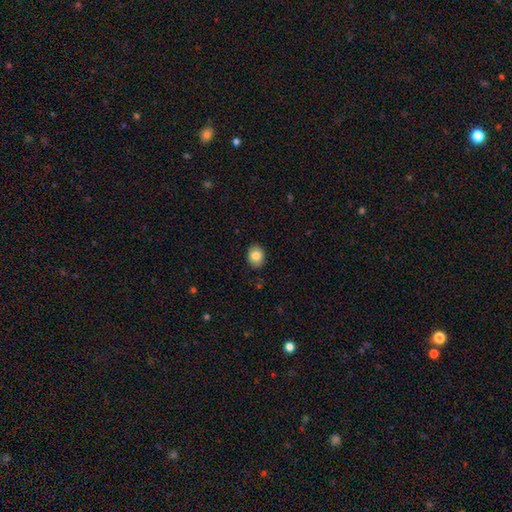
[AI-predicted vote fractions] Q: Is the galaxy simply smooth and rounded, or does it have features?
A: smooth — 85%.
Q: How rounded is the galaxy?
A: in between — 54%.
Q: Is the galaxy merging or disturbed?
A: none — 88%.